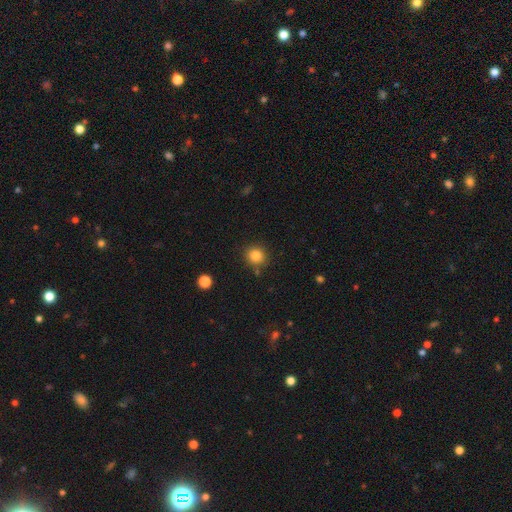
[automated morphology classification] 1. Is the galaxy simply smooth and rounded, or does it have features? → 83% smooth, 11% star or artifact, 5% featured or disk.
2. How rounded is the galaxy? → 89% round, 10% in between, 1% cigar-shaped.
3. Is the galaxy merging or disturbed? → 86% none, 8% minor disturbance, 3% merger, 2% major disturbance.